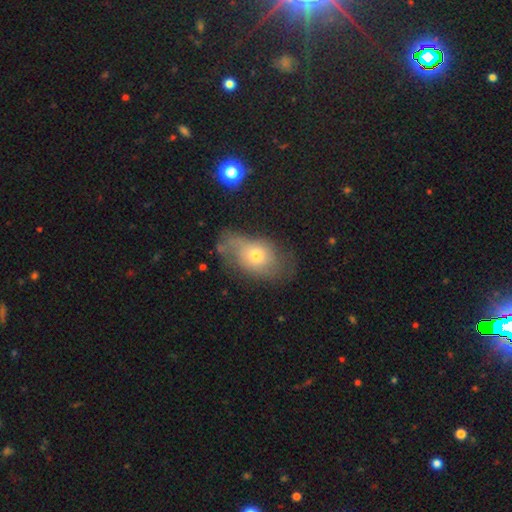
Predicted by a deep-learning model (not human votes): smooth-or-featured: smooth: 55% | featured or disk: 34% | star or artifact: 11%
  how-rounded: in between: 79% | round: 18% | cigar-shaped: 2%
  merging: none: 45% | minor disturbance: 29% | major disturbance: 22% | merger: 4%